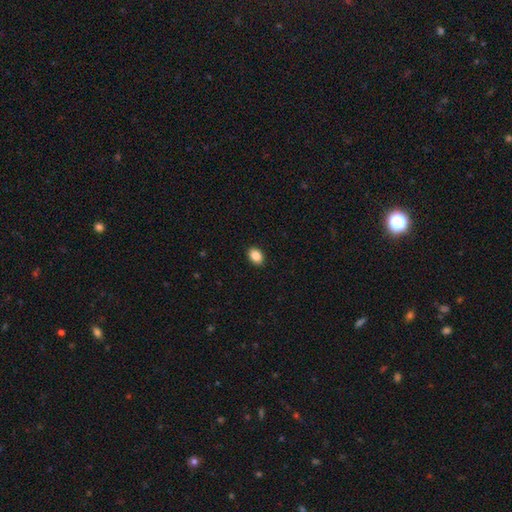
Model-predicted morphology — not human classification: A smooth galaxy with no disk features (87%) that is in between round and cigar-shaped (77%). Merging: none (91%).